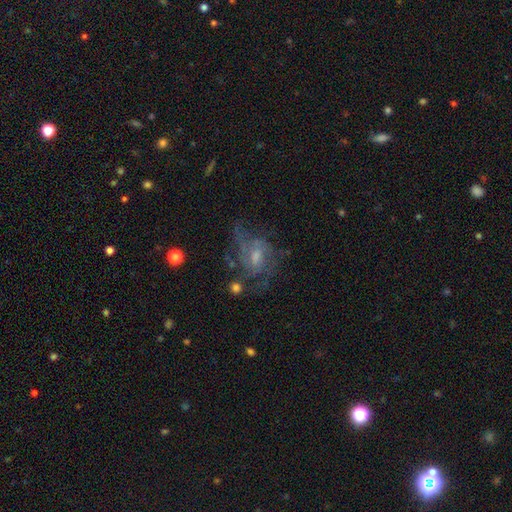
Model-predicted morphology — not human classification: featured or disk 73%, smooth 14%, star or artifact 12%. Down the decision tree: edge-on disk — no (96%); bar — no (49%); spiral arms — yes (83%); spiral arm count — can't tell (38%); spiral winding — medium (46%); bulge size — moderate (45%); merging — none (53%).